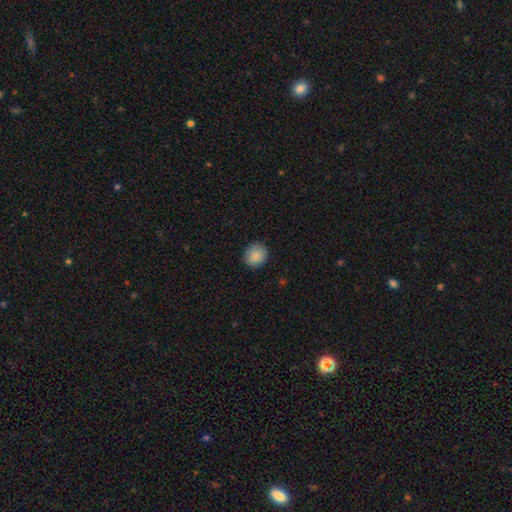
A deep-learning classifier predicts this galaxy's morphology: This appears to be a smooth galaxy with no disk features (88%) that is round (84%). Merging: none (89%).